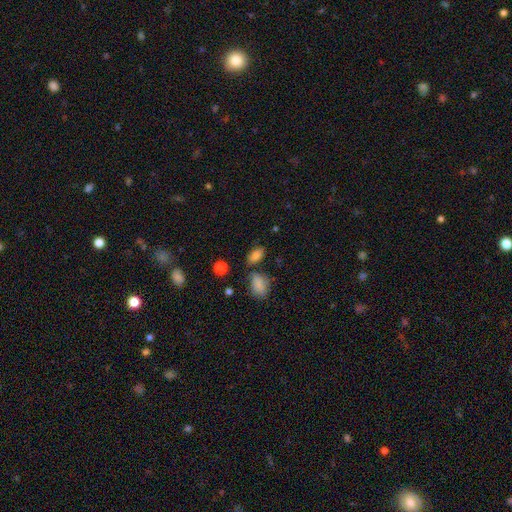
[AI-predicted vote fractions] A smooth galaxy with no disk features (82%) that is in between round and cigar-shaped (90%).

Vote fractions:
- Smooth or featured? smooth: 82% / star or artifact: 11% / featured or disk: 7%
- How rounded? in between: 90% / round: 6% / cigar-shaped: 4%
- Merging? none: 68% / minor disturbance: 17% / merger: 10% / major disturbance: 5%